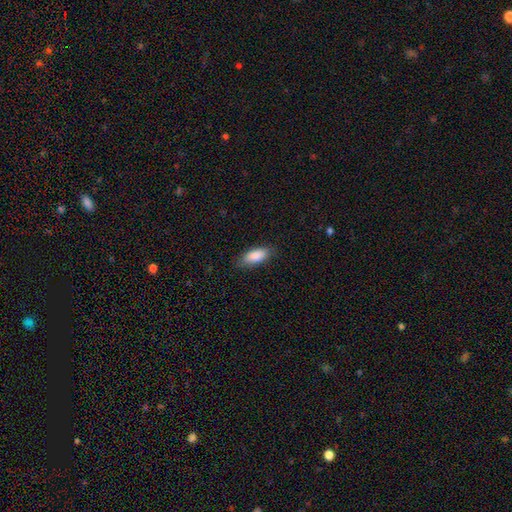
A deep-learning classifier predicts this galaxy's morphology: Smooth or featured: smooth — 86% (featured or disk — 8%)
How rounded: in between — 82% (cigar-shaped — 16%)
Merging: none — 83% (minor disturbance — 14%)